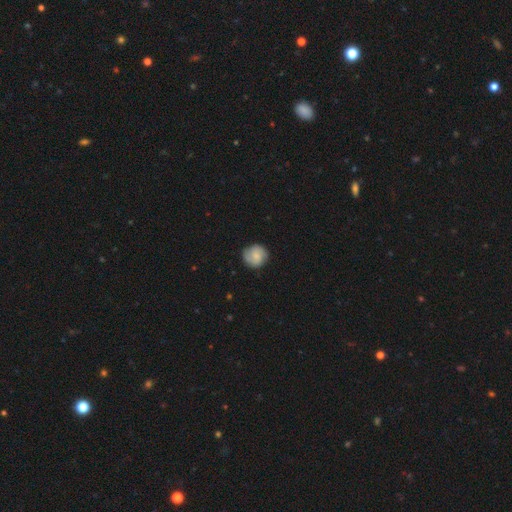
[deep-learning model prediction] This appears to be a smooth galaxy with no disk features (53%) that is round (89%). Merging: none (83%).